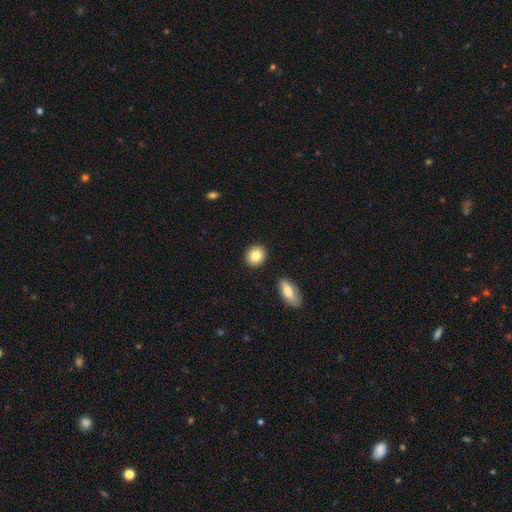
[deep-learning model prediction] smooth 84%, featured or disk 8%, star or artifact 8%. Down the decision tree: how rounded — round (81%); merging — none (89%).